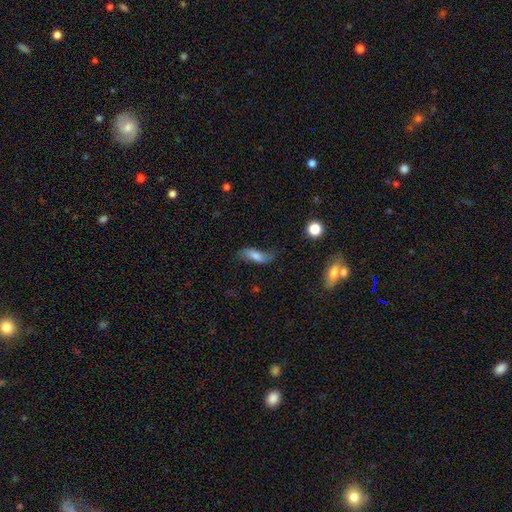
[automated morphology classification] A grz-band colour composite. It shows a smooth galaxy with no disk features (66%) that is in between round and cigar-shaped (69%). Merging: none (61%).